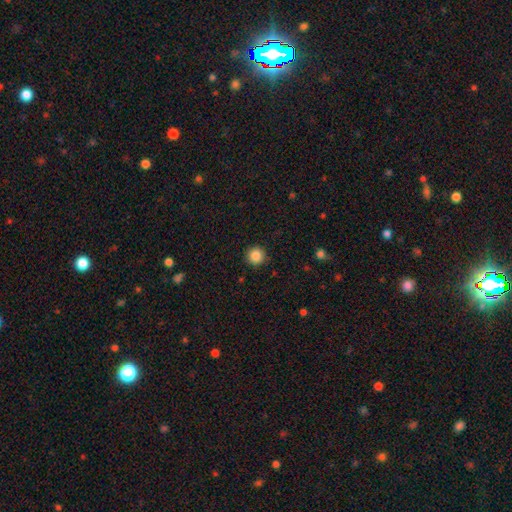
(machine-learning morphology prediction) This appears to be a smooth galaxy with no disk features (86%) that is round (95%). Merging: none (91%).